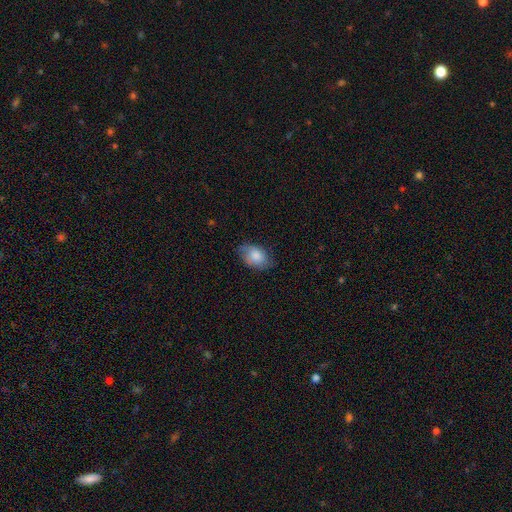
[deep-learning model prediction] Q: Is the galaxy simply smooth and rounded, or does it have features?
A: smooth — 77%.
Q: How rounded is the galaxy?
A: in between — 88%.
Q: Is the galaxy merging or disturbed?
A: none — 69%.